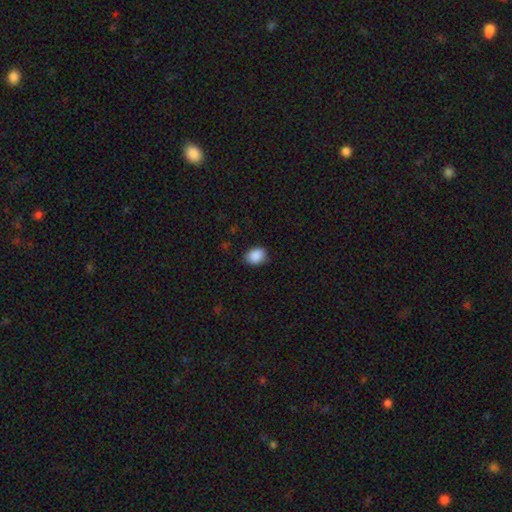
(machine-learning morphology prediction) Smooth or featured? smooth (89%)
How rounded? in between (67%)
Merging? none (81%)